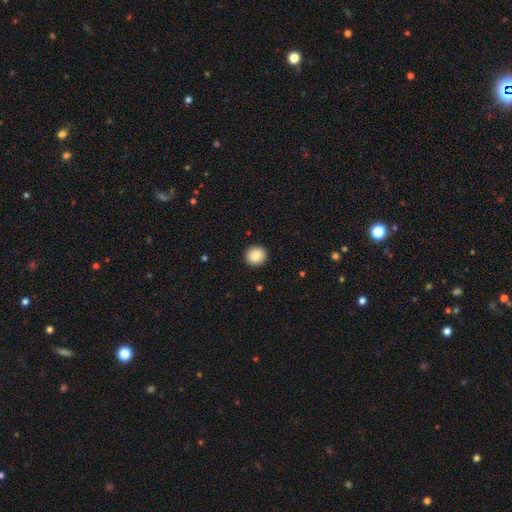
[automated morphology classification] A smooth galaxy with no disk features (87%) that is round (91%).

Vote fractions:
- Smooth or featured? smooth: 87% / star or artifact: 8% / featured or disk: 5%
- How rounded? round: 91% / in between: 8% / cigar-shaped: 1%
- Merging? none: 93% / minor disturbance: 5% / major disturbance: 2% / merger: 1%